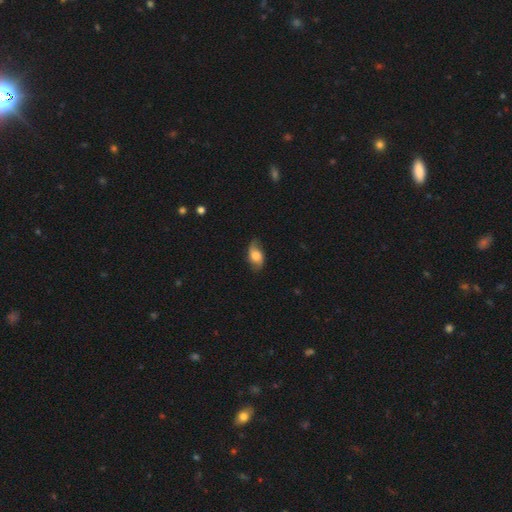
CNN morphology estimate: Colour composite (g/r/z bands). It shows a smooth galaxy with no disk features (48%). Merging: none (72%).